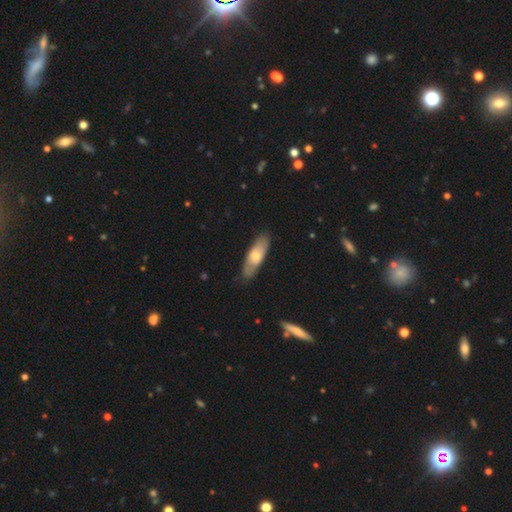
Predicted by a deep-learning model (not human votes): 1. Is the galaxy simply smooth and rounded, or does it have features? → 59% smooth, 35% featured or disk, 5% star or artifact.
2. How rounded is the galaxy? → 62% in between, 36% cigar-shaped, 2% round.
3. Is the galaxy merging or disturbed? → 79% none, 17% minor disturbance, 3% major disturbance, 1% merger.